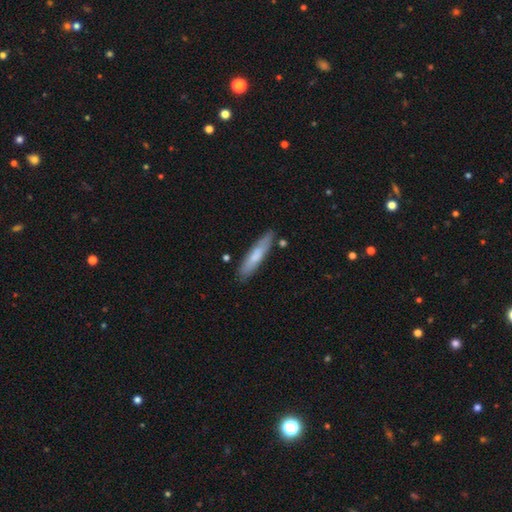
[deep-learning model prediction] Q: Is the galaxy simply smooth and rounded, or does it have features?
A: smooth — 68%.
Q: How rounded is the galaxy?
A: cigar-shaped — 82%.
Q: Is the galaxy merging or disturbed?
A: none — 81%.